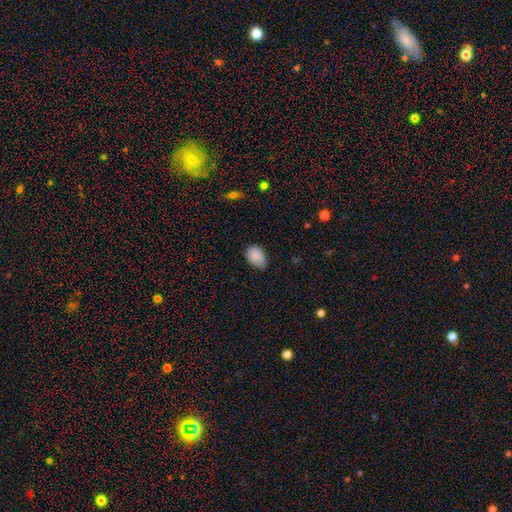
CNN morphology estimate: smooth_or_featured: smooth (p=0.88) [alt: star or artifact p=0.08]
how_rounded: in between (p=0.82) [alt: round p=0.17]
merging: none (p=0.65) [alt: minor disturbance p=0.29]